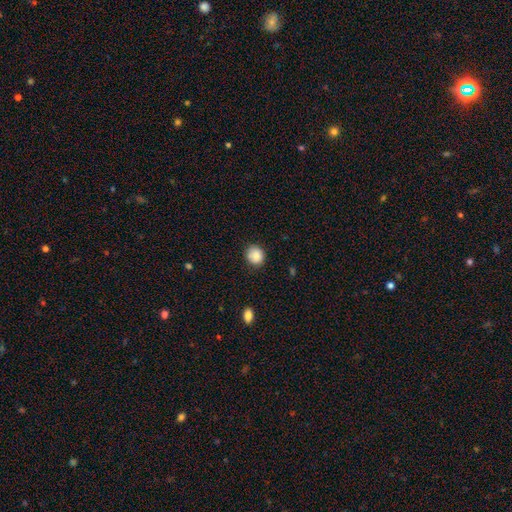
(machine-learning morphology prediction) A smooth galaxy with no disk features (88%) that is round (85%). Merging: none (83%).